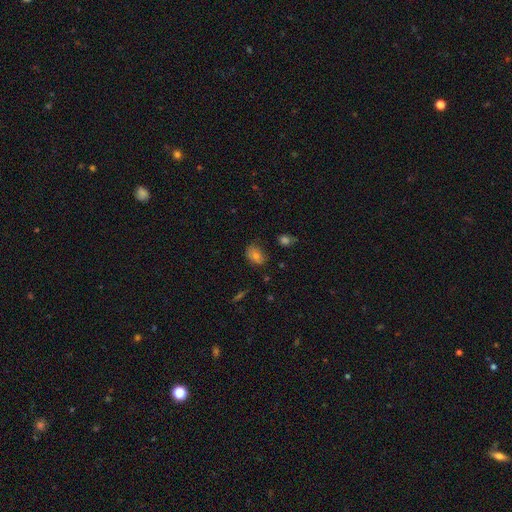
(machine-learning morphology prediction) smooth-or-featured: smooth: 69% | featured or disk: 17% | star or artifact: 14%
  how-rounded: in between: 68% | round: 30% | cigar-shaped: 2%
  merging: none: 69% | minor disturbance: 23% | major disturbance: 5% | merger: 2%